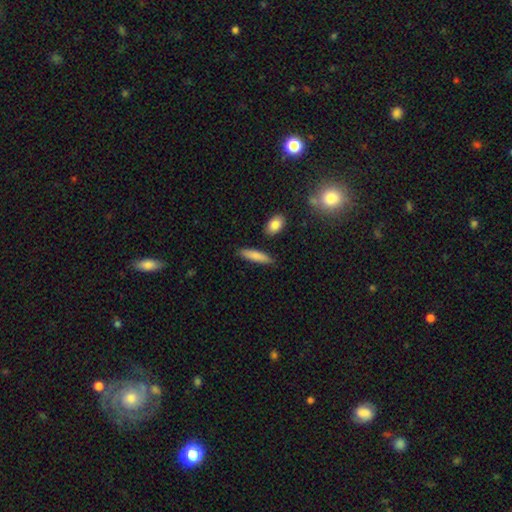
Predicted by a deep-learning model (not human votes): Smooth or featured? smooth (84%)
How rounded? cigar-shaped (72%)
Merging? none (86%)